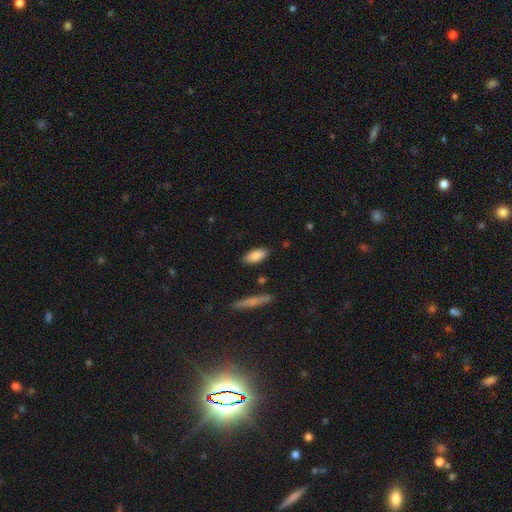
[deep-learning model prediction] Q: Smooth or featured?
A: smooth (85%); runner-up: featured or disk (9%)
Q: How rounded?
A: in between (80%); runner-up: cigar-shaped (18%)
Q: Merging?
A: none (85%); runner-up: minor disturbance (11%)